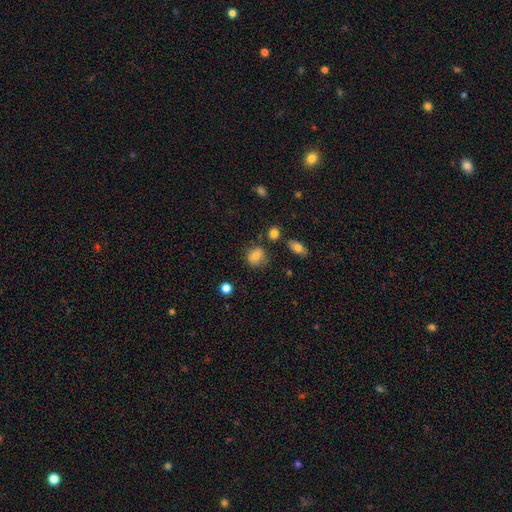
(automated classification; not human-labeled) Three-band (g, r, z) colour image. It shows a smooth galaxy with no disk features (80%) that is round (69%). Merging: none (73%).